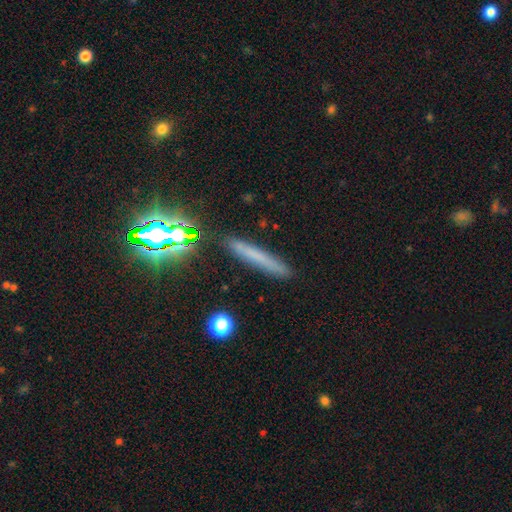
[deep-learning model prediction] Smooth or featured? smooth (58%)
How rounded? cigar-shaped (93%)
Merging? none (88%)